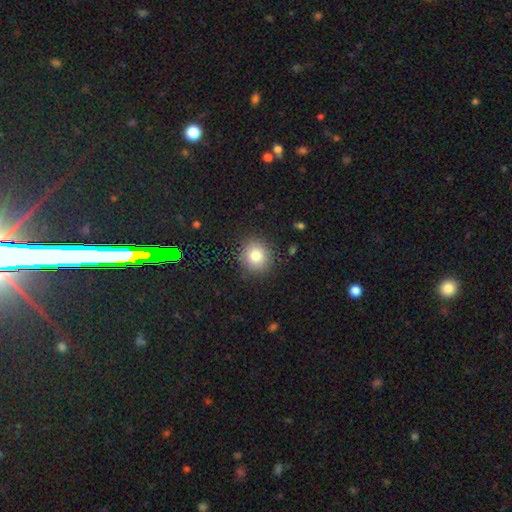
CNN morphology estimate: smooth-or-featured: smooth: 83% | star or artifact: 10% | featured or disk: 7%
  how-rounded: round: 88% | in between: 11% | cigar-shaped: 1%
  merging: none: 88% | minor disturbance: 8% | major disturbance: 3% | merger: 1%